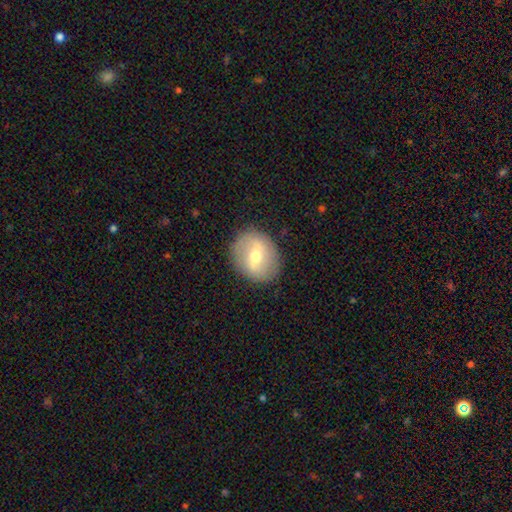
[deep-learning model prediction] Smooth or featured? Predicted: featured or disk (p=0.50). Merging? Predicted: none (p=0.86).